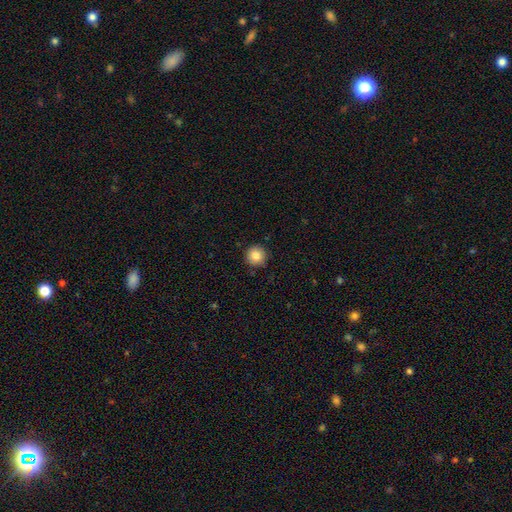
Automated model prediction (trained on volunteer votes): Smooth or featured: smooth — 85% (star or artifact — 9%)
How rounded: round — 95% (in between — 4%)
Merging: none — 89% (minor disturbance — 8%)